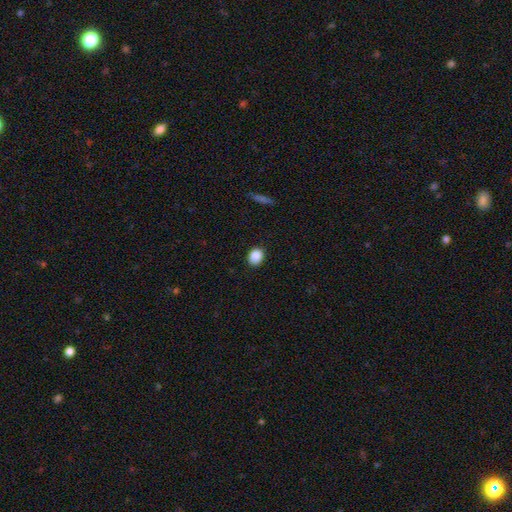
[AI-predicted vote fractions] Q: Smooth or featured?
A: smooth (88%); runner-up: star or artifact (9%)
Q: How rounded?
A: round (58%); runner-up: in between (41%)
Q: Merging?
A: none (90%); runner-up: minor disturbance (7%)